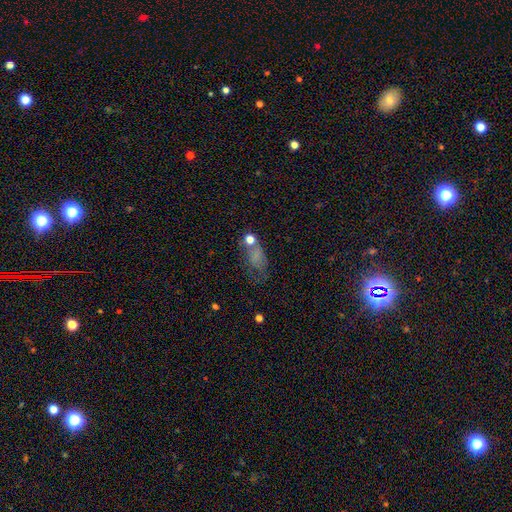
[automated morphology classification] smooth-or-featured: smooth: 57% | featured or disk: 22% | star or artifact: 21%
  how-rounded: in between: 80% | round: 15% | cigar-shaped: 5%
  merging: none: 34% | major disturbance: 29% | minor disturbance: 24% | merger: 14%